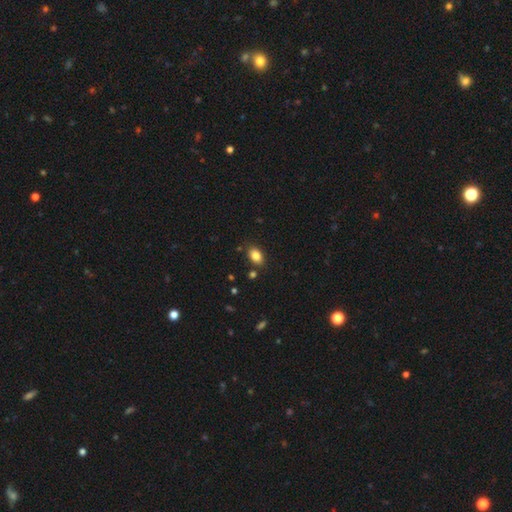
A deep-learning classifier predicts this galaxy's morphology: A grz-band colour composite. It shows a smooth galaxy with no disk features (84%) that is in between round and cigar-shaped (84%). Merging: none (83%).